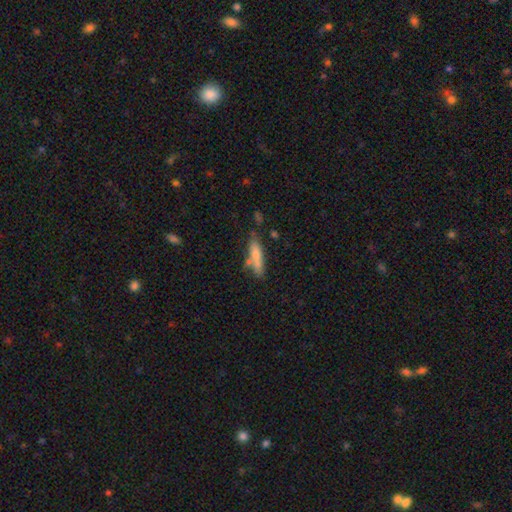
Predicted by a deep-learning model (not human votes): smooth 69%, featured or disk 24%, star or artifact 7%. Down the decision tree: how rounded — cigar-shaped (72%); merging — none (57%).